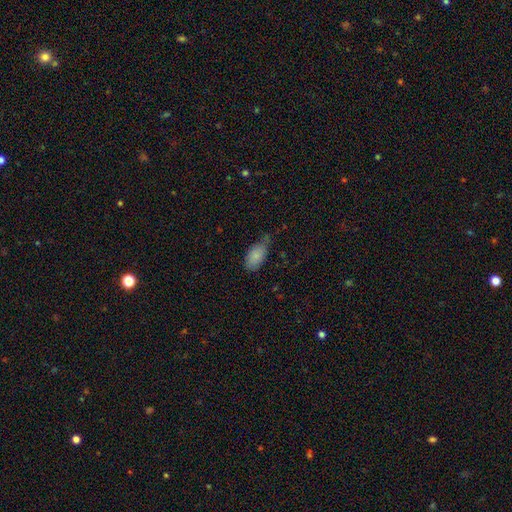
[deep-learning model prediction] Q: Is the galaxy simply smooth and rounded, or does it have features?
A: smooth — 85%.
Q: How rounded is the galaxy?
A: in between — 93%.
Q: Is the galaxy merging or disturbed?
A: none — 51%.